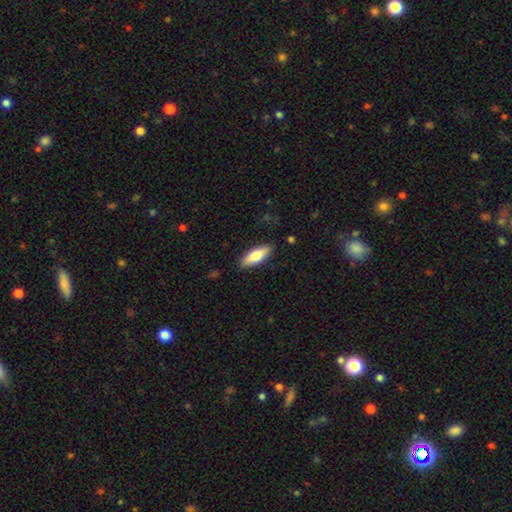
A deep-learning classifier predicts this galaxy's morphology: Overall: smooth (74%). How rounded: in between (62%; cigar-shaped 36%). Merging: none (87%).